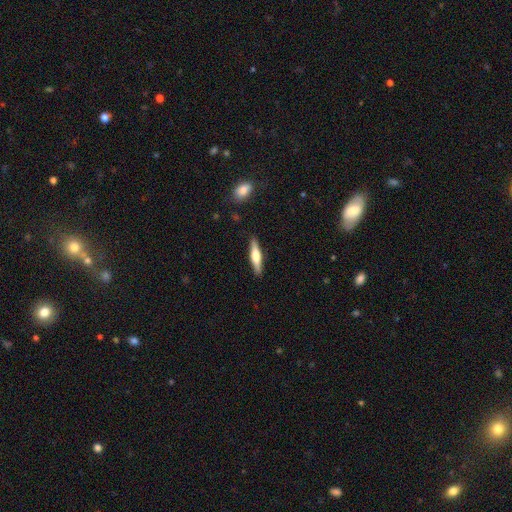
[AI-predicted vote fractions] Smooth or featured? Predicted: featured or disk (p=0.50). Edge-on disk? Predicted: yes (p=0.96). Merging? Predicted: none (p=0.89).